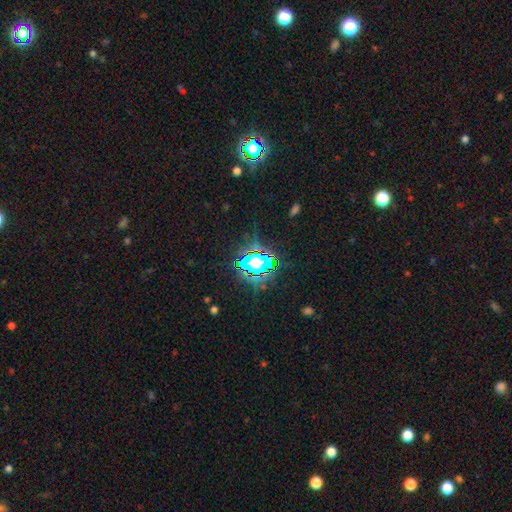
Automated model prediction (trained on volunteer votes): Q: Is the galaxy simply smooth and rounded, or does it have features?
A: star or artifact — 78%.